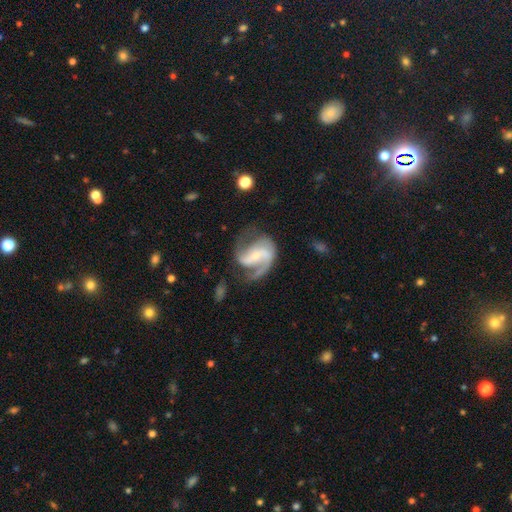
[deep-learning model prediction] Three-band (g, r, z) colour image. It shows a featured or disk galaxy (88%) with a weak bar (37%), 2 (74%) medium (49%) spiral arms (96%) and a small central bulge (67%). Merging: none (54%).